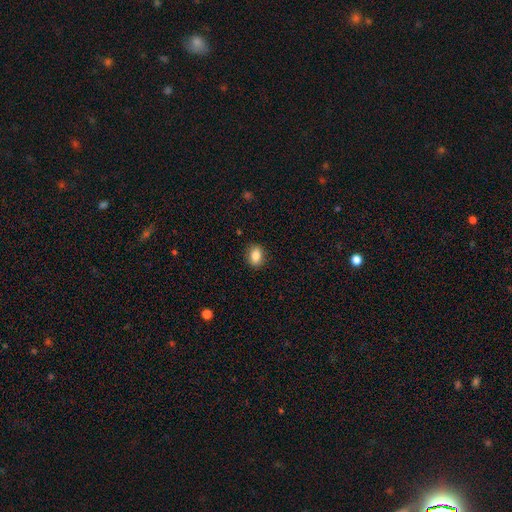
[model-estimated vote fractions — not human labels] Smooth or featured? smooth (86%)
How rounded? in between (71%)
Merging? none (87%)